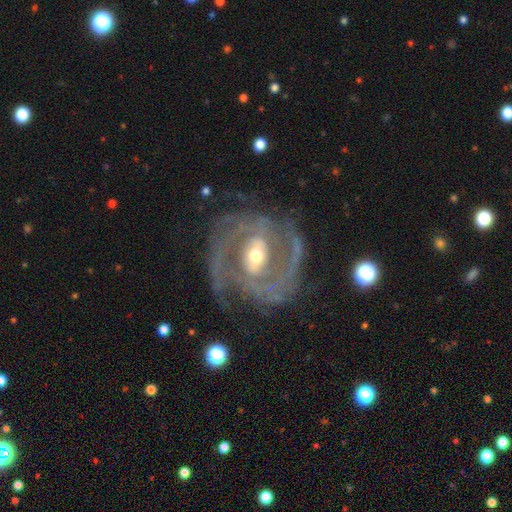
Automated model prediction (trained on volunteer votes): Q: Smooth or featured?
A: featured or disk (88%); runner-up: smooth (7%)
Q: Edge-on disk?
A: no (97%); runner-up: yes (3%)
Q: Bar?
A: weak (40%); runner-up: strong (33%)
Q: Spiral arms?
A: yes (91%); runner-up: no (9%)
Q: Spiral winding?
A: tight (46%); runner-up: medium (39%)
Q: Spiral arm count?
A: 2 (58%); runner-up: can't tell (17%)
Q: Bulge size?
A: moderate (60%); runner-up: small (31%)
Q: Merging?
A: none (69%); runner-up: minor disturbance (16%)